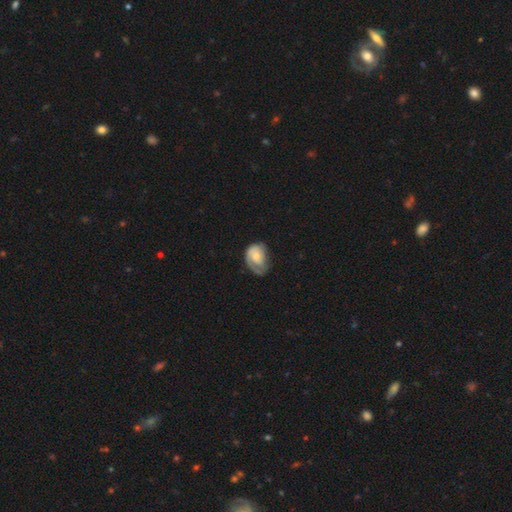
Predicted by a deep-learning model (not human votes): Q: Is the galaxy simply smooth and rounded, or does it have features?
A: featured or disk — 52%.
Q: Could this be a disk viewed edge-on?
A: no — 97%.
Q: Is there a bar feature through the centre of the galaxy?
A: no — 72%.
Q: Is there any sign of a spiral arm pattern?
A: yes — 79%.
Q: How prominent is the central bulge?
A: moderate — 43%.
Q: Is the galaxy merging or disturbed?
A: none — 46%.